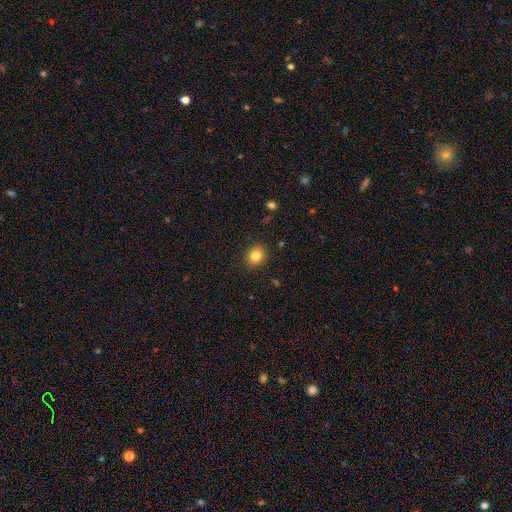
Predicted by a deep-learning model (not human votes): Smooth or featured? Predicted: smooth (p=0.83). How rounded? Predicted: round (p=0.66). Merging? Predicted: none (p=0.88).